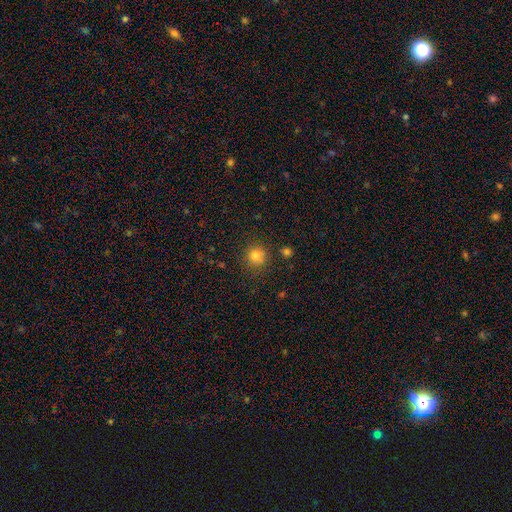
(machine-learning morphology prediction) The model was most divided on "smooth or featured": smooth: 80%, star or artifact: 14%, featured or disk: 6%. More confident: how rounded — round (91%); merging — none (81%).